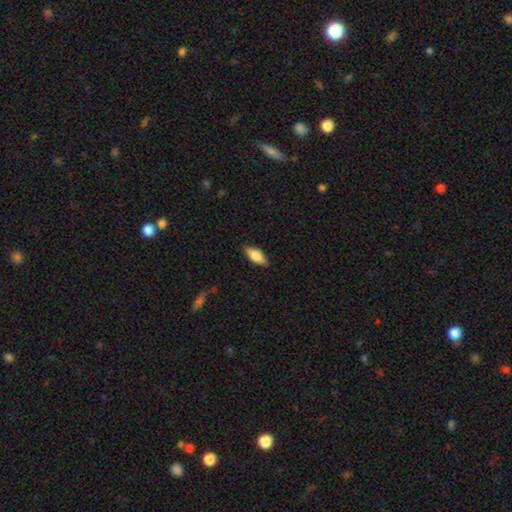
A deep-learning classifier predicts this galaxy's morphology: A smooth galaxy with no disk features (68%) that is in between round and cigar-shaped (72%).

Vote fractions:
- Smooth or featured? smooth: 68% / featured or disk: 25% / star or artifact: 6%
- How rounded? in between: 72% / cigar-shaped: 25% / round: 3%
- Merging? none: 85% / minor disturbance: 12% / major disturbance: 2% / merger: 1%